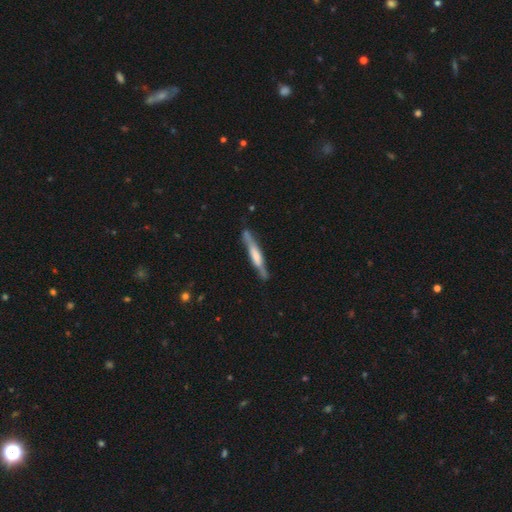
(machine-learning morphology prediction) Smooth or featured? Predicted: featured or disk (p=0.61). Edge-on disk? Predicted: yes (p=0.92). Edge-on bulge? Predicted: boxy (p=0.38, tied with rounded). Merging? Predicted: none (p=0.80).